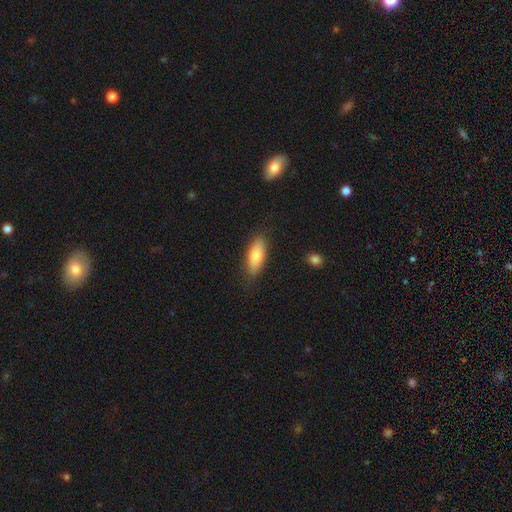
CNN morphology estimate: The model was most divided on "how rounded": in between: 67%, cigar-shaped: 31%, round: 2%. More confident: merging — none (83%); smooth or featured — smooth (75%).